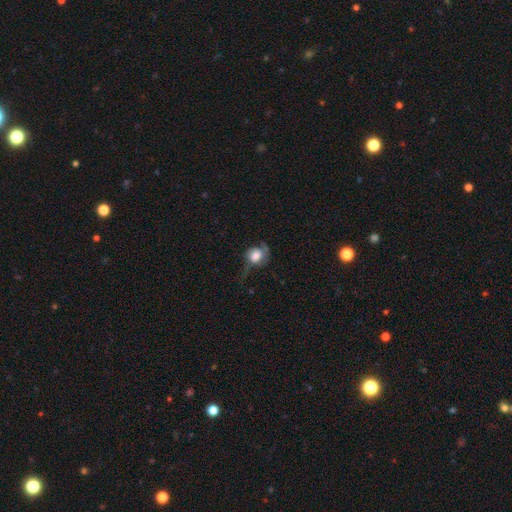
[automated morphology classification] Overall: smooth (57%; featured or disk 34%). How rounded: round (68%; in between 30%). Merging: major disturbance (41%; none 30%).